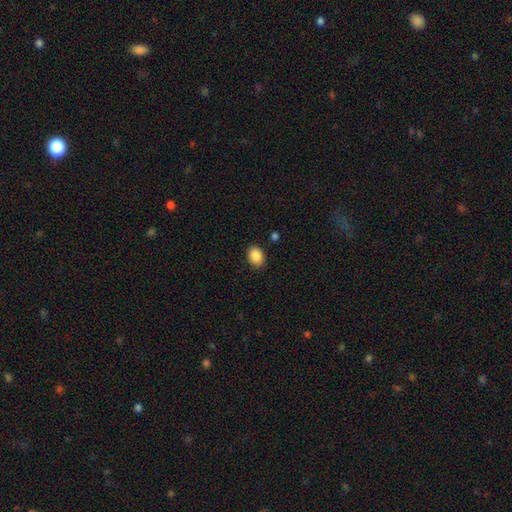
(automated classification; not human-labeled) smooth_or_featured: smooth (p=0.88) [alt: star or artifact p=0.08]
how_rounded: in between (p=0.67) [alt: round p=0.32]
merging: none (p=0.88) [alt: minor disturbance p=0.08]